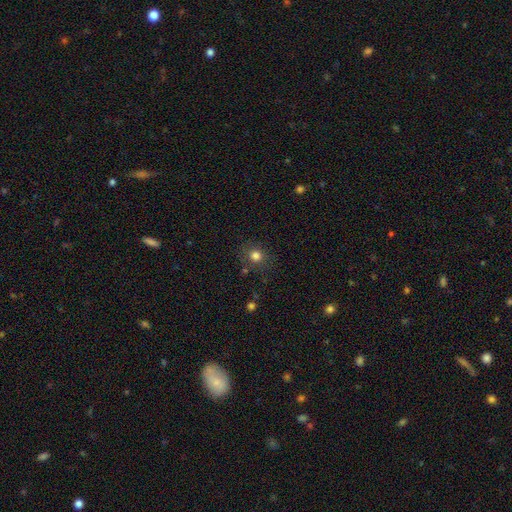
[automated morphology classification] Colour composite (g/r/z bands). It shows a smooth galaxy with no disk features (79%) that is round (83%). Merging: none (81%).